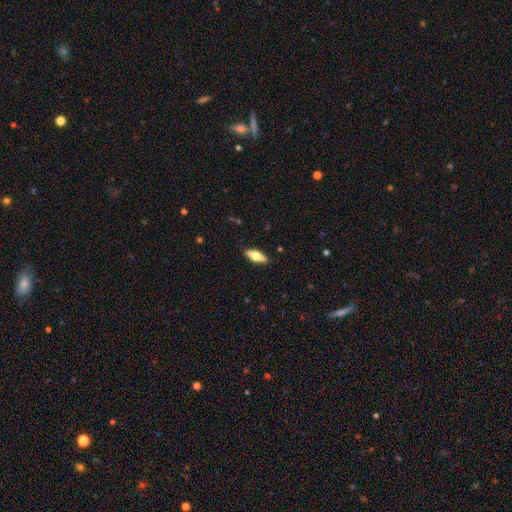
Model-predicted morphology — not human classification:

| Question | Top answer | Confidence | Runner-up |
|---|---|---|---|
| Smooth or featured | smooth | 57% | featured or disk (37%) |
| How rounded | in between | 60% | cigar-shaped (37%) |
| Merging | none | 89% | minor disturbance (8%) |